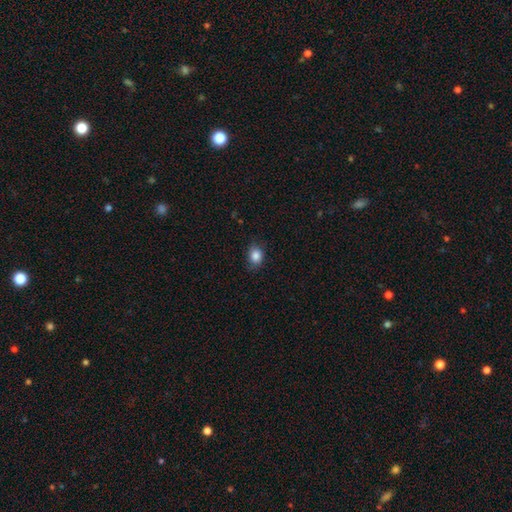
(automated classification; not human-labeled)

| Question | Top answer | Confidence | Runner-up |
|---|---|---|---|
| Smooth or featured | smooth | 86% | star or artifact (10%) |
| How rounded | round | 53% | in between (46%) |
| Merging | none | 78% | minor disturbance (17%) |